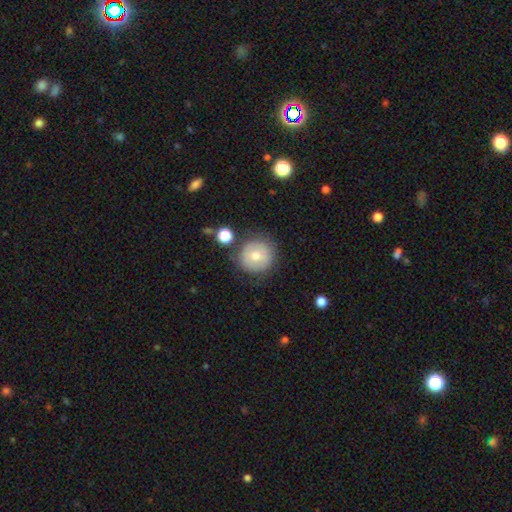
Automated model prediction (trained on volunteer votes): This appears to be a smooth galaxy with no disk features (68%) that is round (93%). Merging: none (76%).